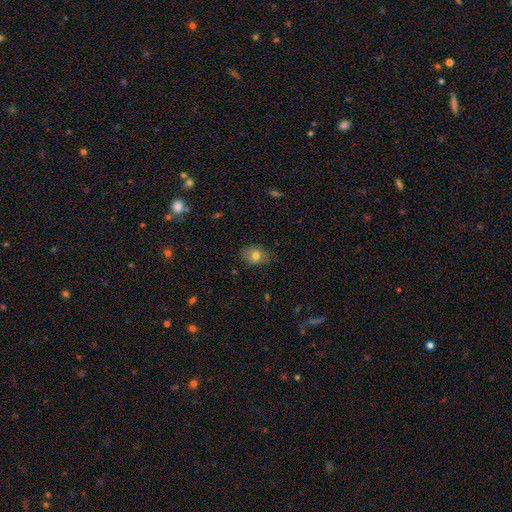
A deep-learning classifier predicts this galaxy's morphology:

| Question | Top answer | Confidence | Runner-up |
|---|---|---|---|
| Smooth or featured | smooth | 76% | featured or disk (13%) |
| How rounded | in between | 63% | round (36%) |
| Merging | none | 79% | minor disturbance (17%) |